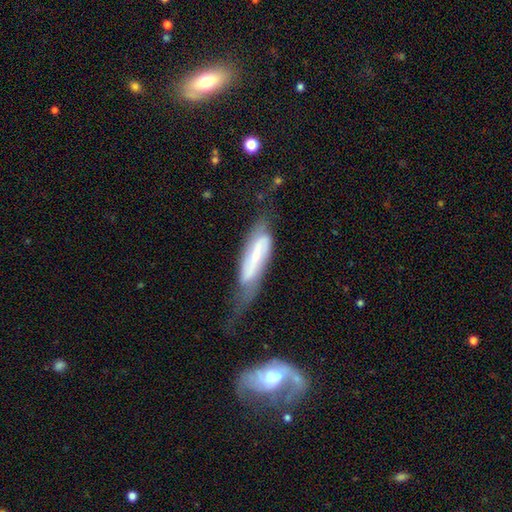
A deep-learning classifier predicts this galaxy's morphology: This appears to be a featured or disk galaxy (75%) with a strong bar (51%), 2 (83%) loose (42%) spiral arms (86%) and a small central bulge (64%). Merging: none (43%).